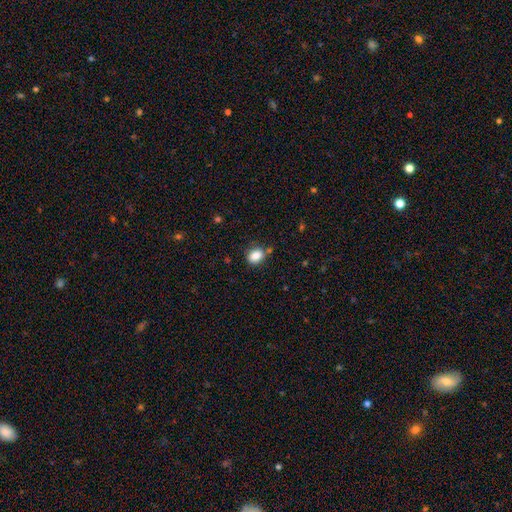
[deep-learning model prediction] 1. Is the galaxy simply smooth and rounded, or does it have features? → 86% smooth, 9% star or artifact, 5% featured or disk.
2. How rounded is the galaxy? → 68% in between, 31% round, 1% cigar-shaped.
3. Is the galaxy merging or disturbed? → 75% none, 15% minor disturbance, 6% merger, 4% major disturbance.